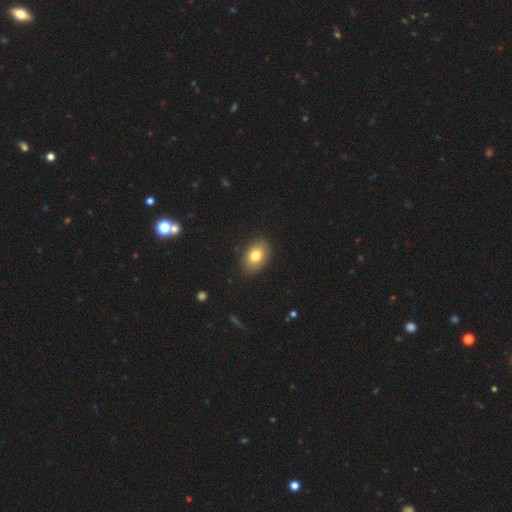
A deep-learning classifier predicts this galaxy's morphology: A smooth galaxy with no disk features (79%) that is in between round and cigar-shaped (82%). Merging: none (88%).